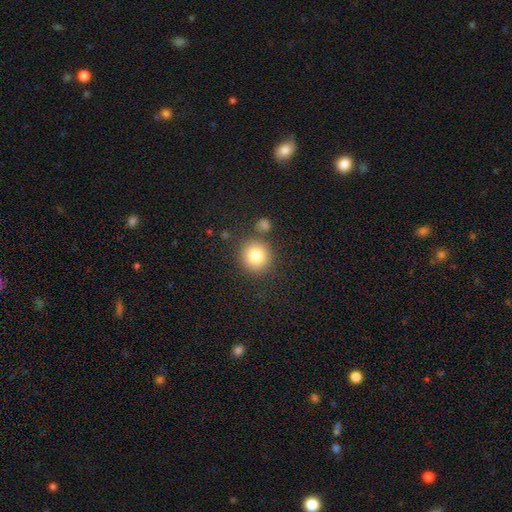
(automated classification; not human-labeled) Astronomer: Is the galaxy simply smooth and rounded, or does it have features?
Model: smooth — 81%.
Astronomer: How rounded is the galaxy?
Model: round — 92%.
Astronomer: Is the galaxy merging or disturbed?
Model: none — 80%.